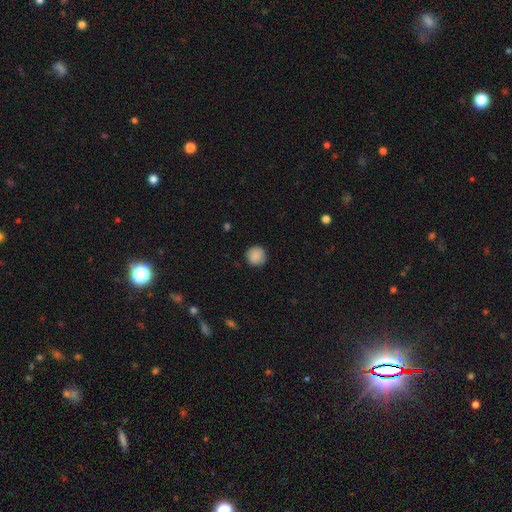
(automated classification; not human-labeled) This is clearly a smooth galaxy (89%). How rounded: clearly round (95%). Merging: clearly none (89%).